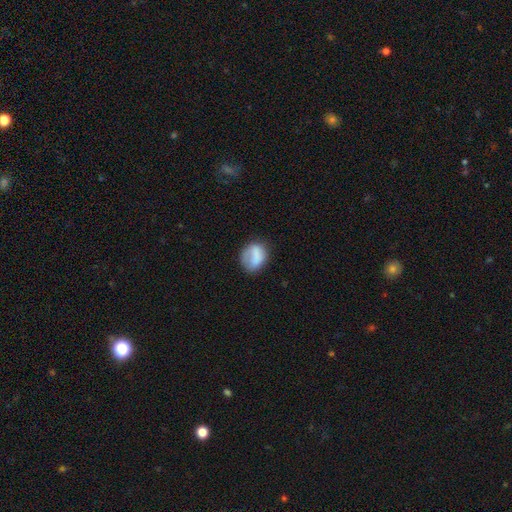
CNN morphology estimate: smooth-or-featured: smooth: 77% | featured or disk: 15% | star or artifact: 8%
  how-rounded: in between: 51% | round: 48% | cigar-shaped: 1%
  merging: none: 58% | minor disturbance: 26% | major disturbance: 13% | merger: 3%